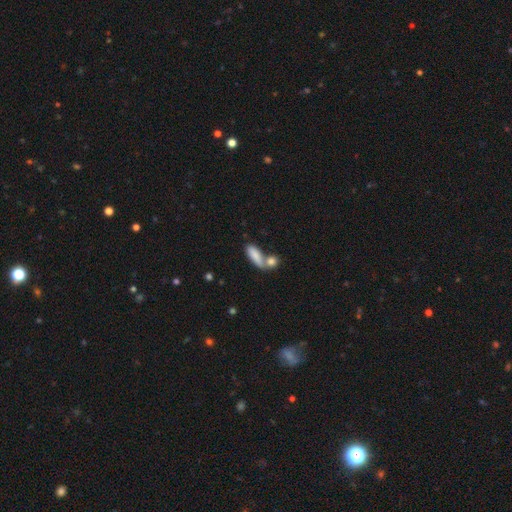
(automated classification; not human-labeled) Q: Smooth or featured?
A: smooth (82%); runner-up: featured or disk (11%)
Q: How rounded?
A: in between (65%); runner-up: cigar-shaped (31%)
Q: Merging?
A: merger (49%); runner-up: none (35%)